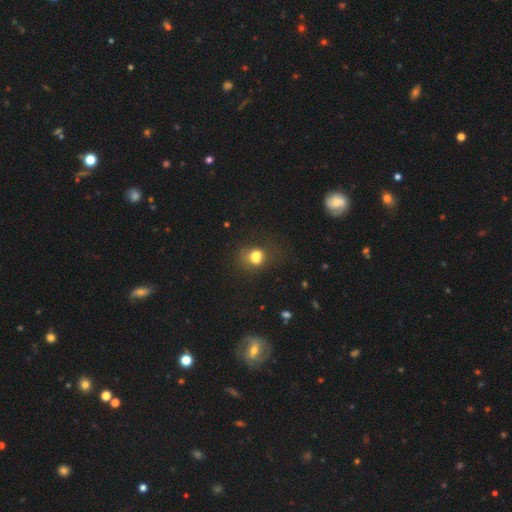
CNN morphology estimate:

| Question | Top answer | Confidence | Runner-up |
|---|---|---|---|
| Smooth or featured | smooth | 70% | featured or disk (16%) |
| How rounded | in between | 52% | round (46%) |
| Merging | none | 46% | minor disturbance (23%) |